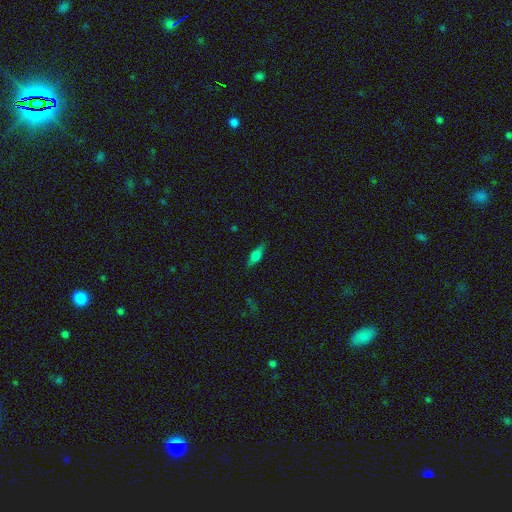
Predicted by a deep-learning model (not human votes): Smooth or featured? Predicted: smooth (p=0.55). How rounded? Predicted: in between (p=0.55). Merging? Predicted: none (p=0.84).